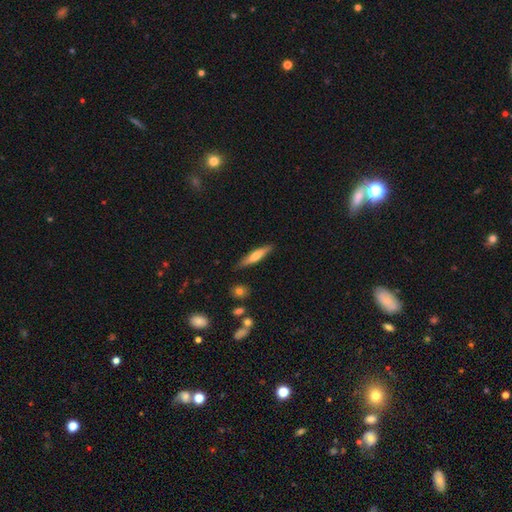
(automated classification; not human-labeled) Smooth or featured: smooth — 58% (featured or disk — 36%)
How rounded: cigar-shaped — 84% (in between — 14%)
Merging: none — 84% (minor disturbance — 12%)